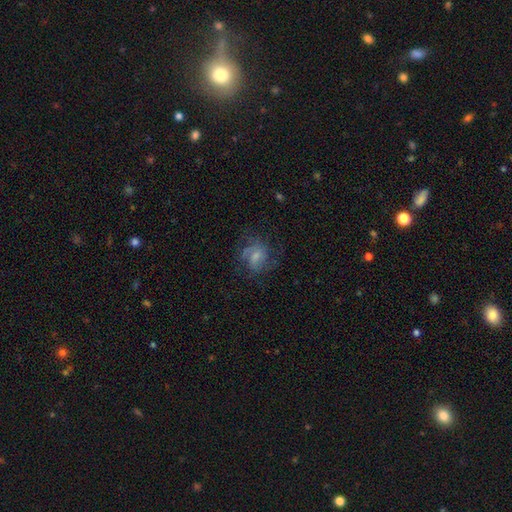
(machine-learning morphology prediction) This is possibly a featured or disk galaxy (56%). It is clearly not viewed edge-on (97%). Bar: possibly no (54%). Spiral arm pattern: clearly yes (80%). Central bulge: possibly small (48%). Merging: possibly none (56%).